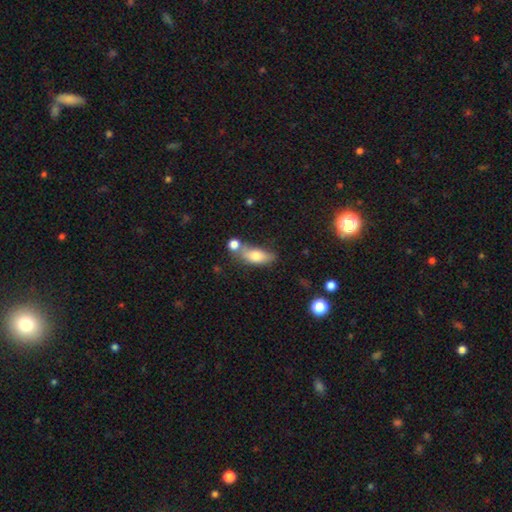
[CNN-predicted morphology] This is likely a smooth galaxy (73%). How rounded: likely in between (78%). Merging: marginally none (45%).